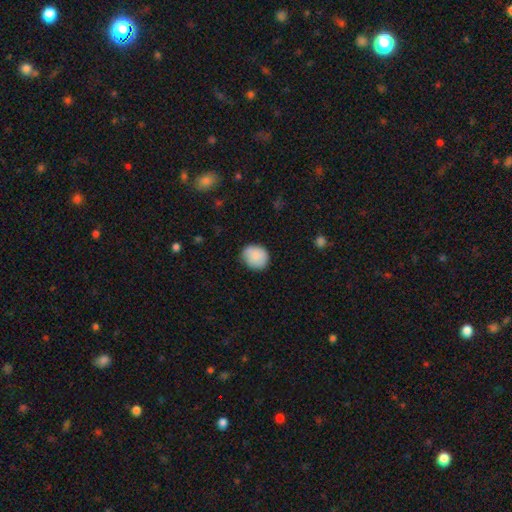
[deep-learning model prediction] Smooth or featured? smooth (85%)
How rounded? round (72%)
Merging? none (78%)